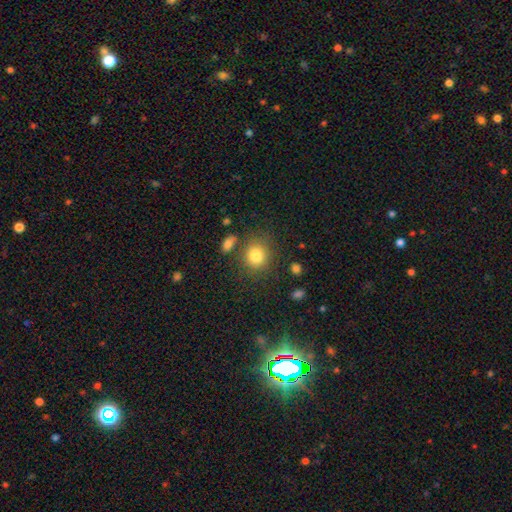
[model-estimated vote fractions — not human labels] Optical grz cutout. It shows a smooth galaxy with no disk features (82%) that is round (73%). Merging: none (75%).